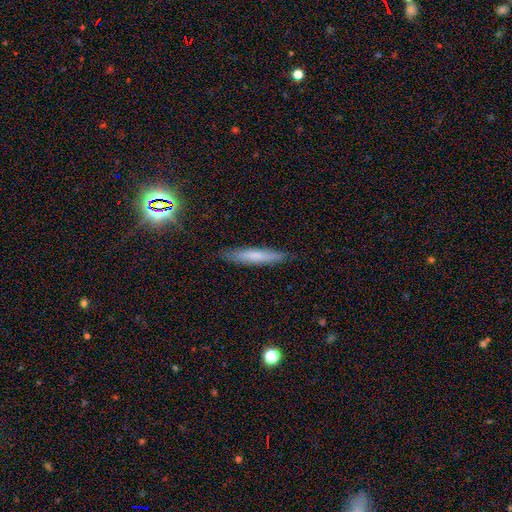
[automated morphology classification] Smooth or featured: smooth — 67% (featured or disk — 25%)
How rounded: cigar-shaped — 91% (in between — 7%)
Merging: none — 87% (minor disturbance — 10%)